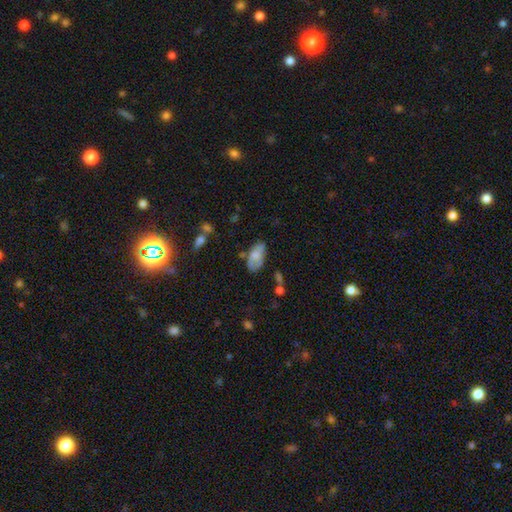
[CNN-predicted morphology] Q: Smooth or featured?
A: smooth (68%); runner-up: featured or disk (25%)
Q: How rounded?
A: in between (93%); runner-up: cigar-shaped (4%)
Q: Merging?
A: none (60%); runner-up: minor disturbance (26%)